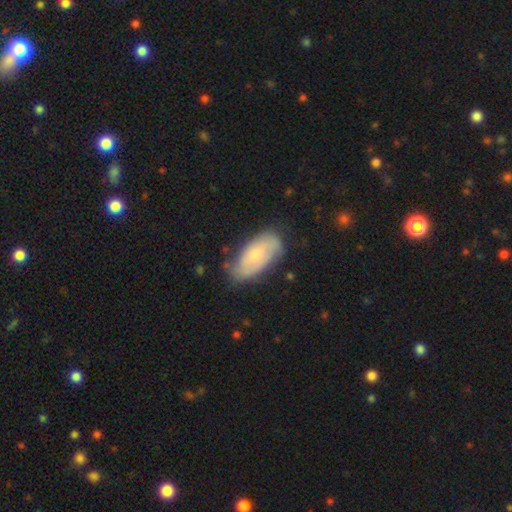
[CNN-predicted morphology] smooth 54%, featured or disk 39%, star or artifact 6%. Down the decision tree: how rounded — in between (91%); merging — none (69%).